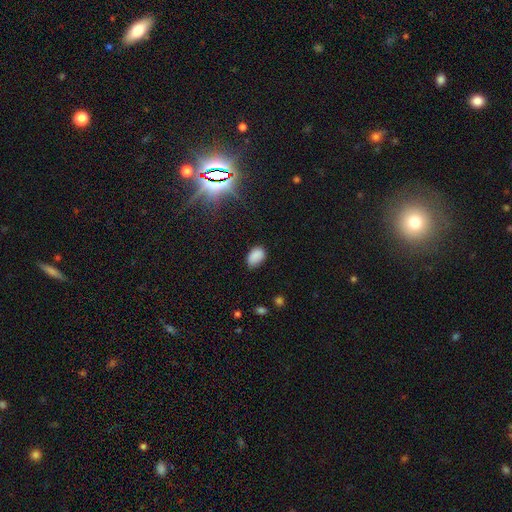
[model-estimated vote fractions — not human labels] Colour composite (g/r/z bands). It shows a smooth galaxy with no disk features (85%) that is in between round and cigar-shaped (90%). Merging: none (72%).